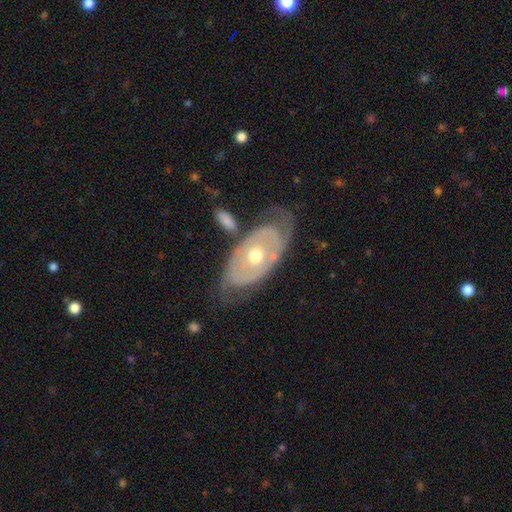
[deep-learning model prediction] smooth_or_featured: featured or disk (p=0.73) [alt: smooth p=0.22]
disk_edge_on: no (p=0.92) [alt: yes p=0.08]
bar: no (p=0.86) [alt: weak p=0.11]
has_spiral_arms: no (p=0.52) [alt: yes p=0.48]
bulge_size: moderate (p=0.75) [alt: small p=0.17]
merging: none (p=0.59) [alt: minor disturbance p=0.20]